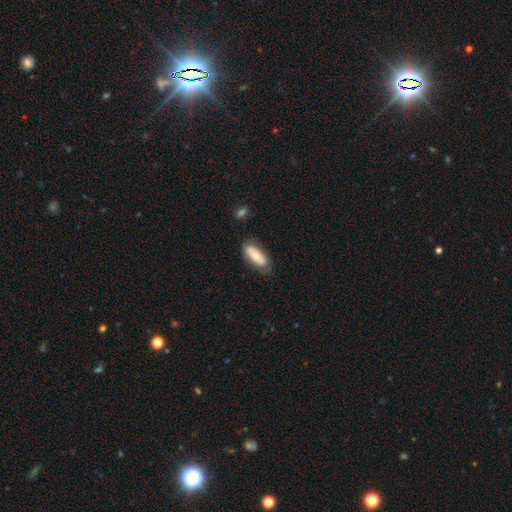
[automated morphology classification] This appears to be a smooth galaxy with no disk features (63%) that is in between round and cigar-shaped (75%). Merging: none (74%).